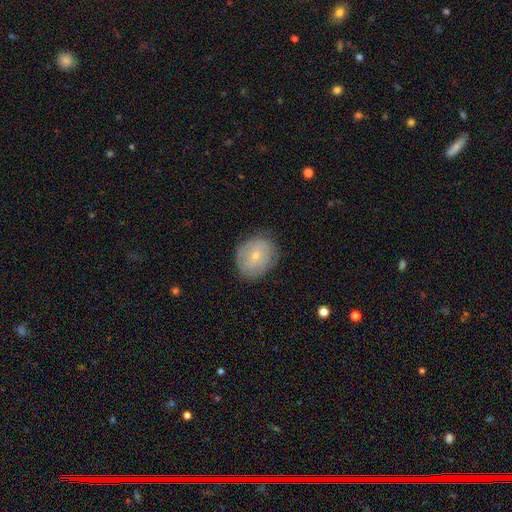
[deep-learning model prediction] The model was most divided on "how rounded": round: 57%, in between: 42%, cigar-shaped: 1%. More confident: merging — none (76%); smooth or featured — smooth (55%).